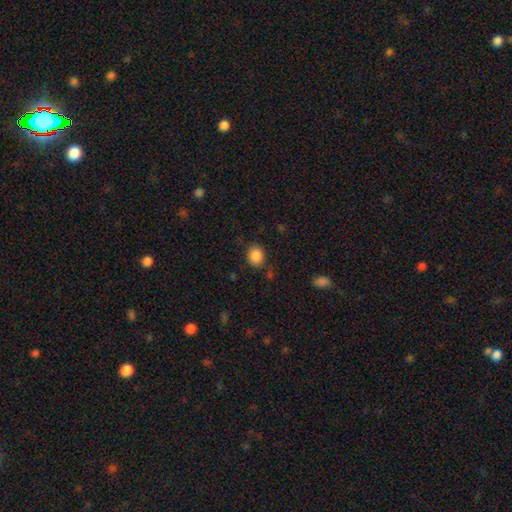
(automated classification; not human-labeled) This is clearly a smooth galaxy (87%). How rounded: likely round (68%). Merging: clearly none (82%).